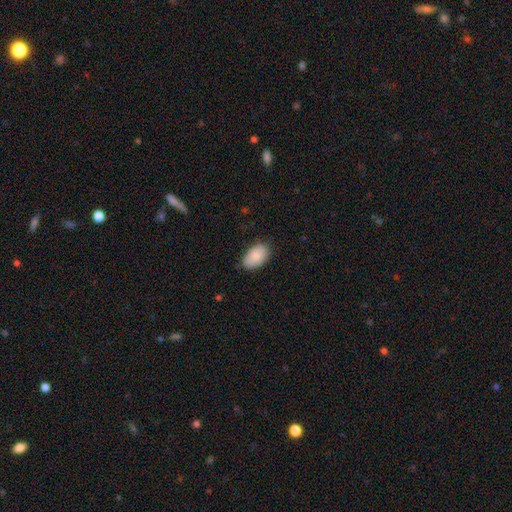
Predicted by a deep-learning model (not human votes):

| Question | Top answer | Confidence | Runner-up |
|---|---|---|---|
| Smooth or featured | smooth | 87% | featured or disk (7%) |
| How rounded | in between | 93% | round (6%) |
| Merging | none | 79% | minor disturbance (17%) |